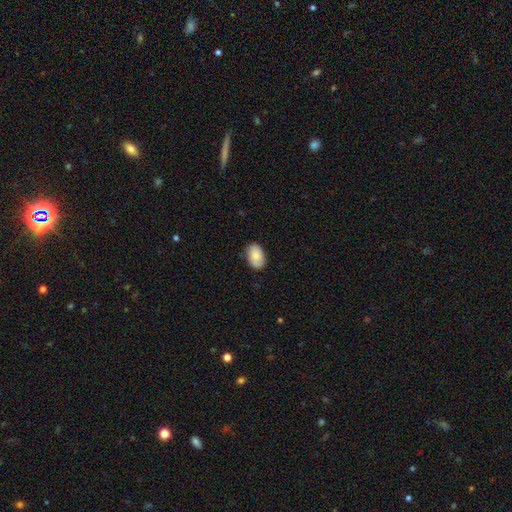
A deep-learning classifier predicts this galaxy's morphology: Smooth or featured: smooth — 82% (featured or disk — 11%)
How rounded: in between — 89% (round — 10%)
Merging: none — 81% (minor disturbance — 16%)